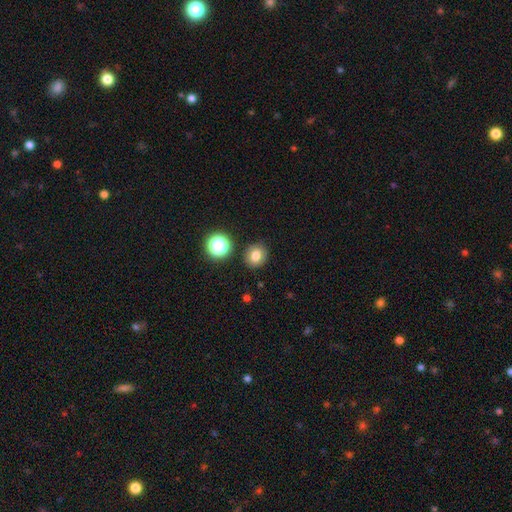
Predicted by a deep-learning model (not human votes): Morphology: type=smooth (78%); roundness=round (80%); merging=none (87%).